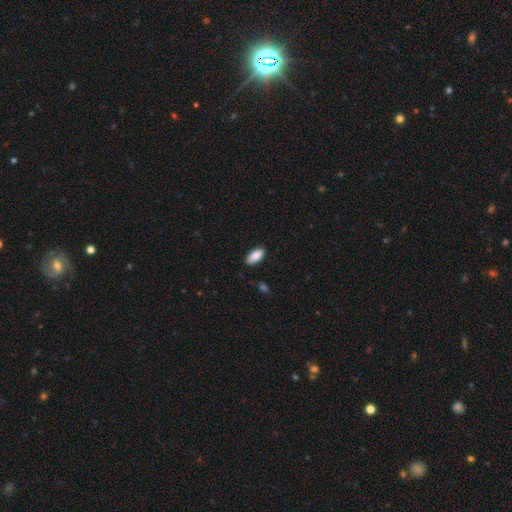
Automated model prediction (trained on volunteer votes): smooth 88%, star or artifact 6%, featured or disk 5%. Down the decision tree: how rounded — in between (91%); merging — none (84%).